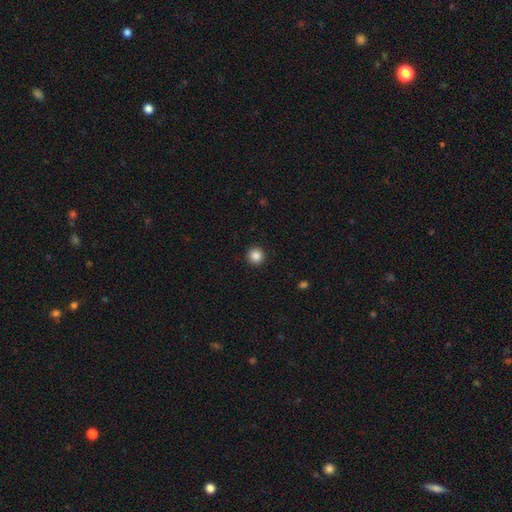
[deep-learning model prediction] Smooth or featured: smooth — 87% (star or artifact — 10%)
How rounded: round — 96% (in between — 3%)
Merging: none — 93% (minor disturbance — 4%)